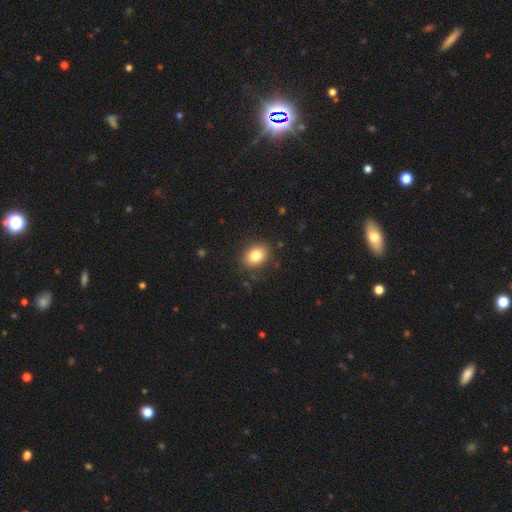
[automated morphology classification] A smooth galaxy with no disk features (83%) that is in between round and cigar-shaped (57%). Merging: none (87%).